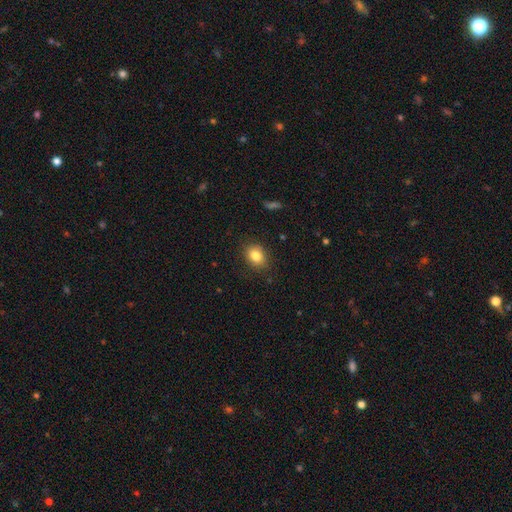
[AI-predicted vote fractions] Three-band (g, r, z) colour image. It shows a smooth galaxy with no disk features (83%) that is in between round and cigar-shaped (63%). Merging: none (85%).